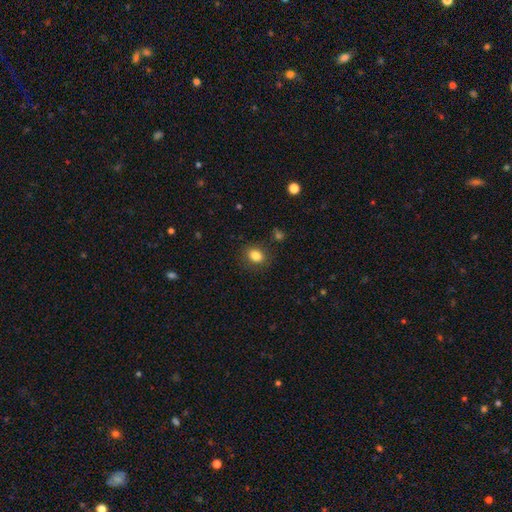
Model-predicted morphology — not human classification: A smooth galaxy with no disk features (83%) that is in between round and cigar-shaped (57%). Merging: none (85%).